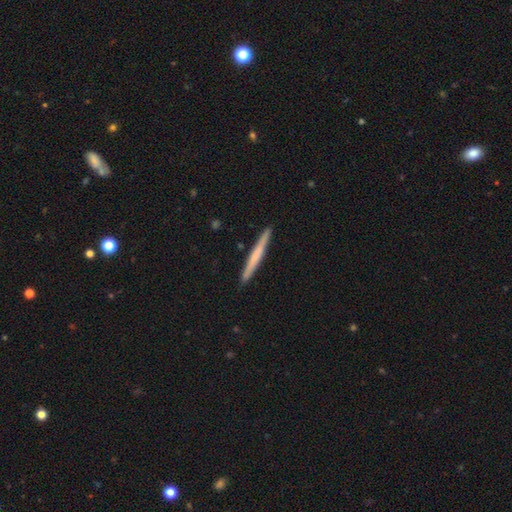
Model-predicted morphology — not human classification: Smooth or featured? smooth (54%)
How rounded? cigar-shaped (97%)
Merging? none (92%)